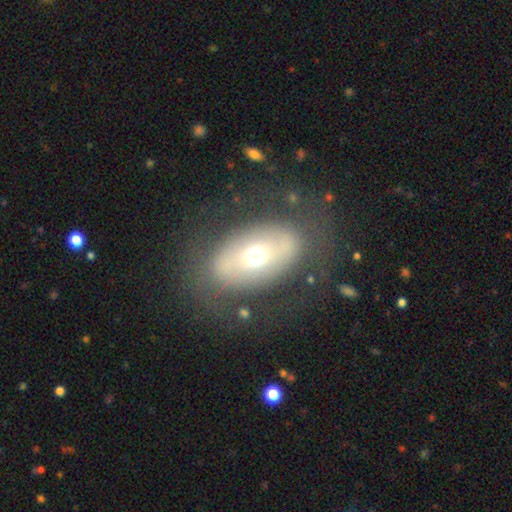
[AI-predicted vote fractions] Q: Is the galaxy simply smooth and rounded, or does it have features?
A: featured or disk — 49%.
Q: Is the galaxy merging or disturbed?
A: none — 75%.